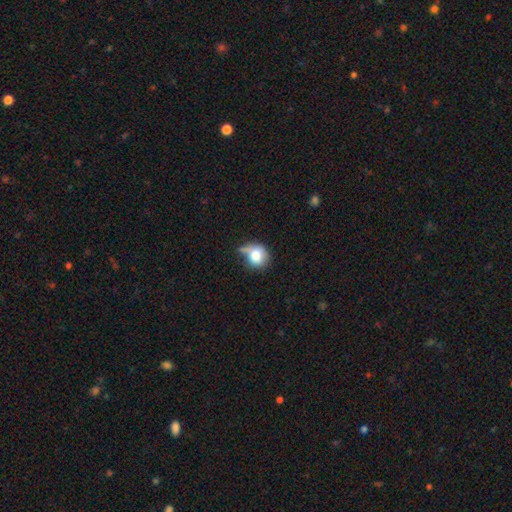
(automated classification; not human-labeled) Overall: smooth (76%). How rounded: round (74%). Merging: none (37%; minor disturbance 30%).